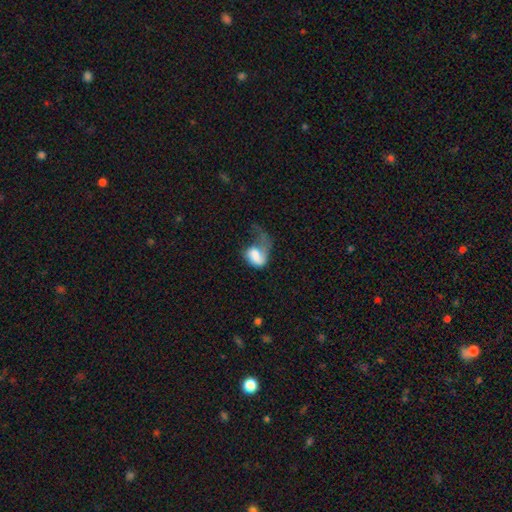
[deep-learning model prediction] Smooth or featured?
  - smooth: 58% *
  - featured or disk: 34%
  - star or artifact: 8%
How rounded?
  - in between: 79% *
  - round: 20%
  - cigar-shaped: 2%
Merging?
  - major disturbance: 65% *
  - minor disturbance: 15%
  - none: 14%
  - merger: 5%